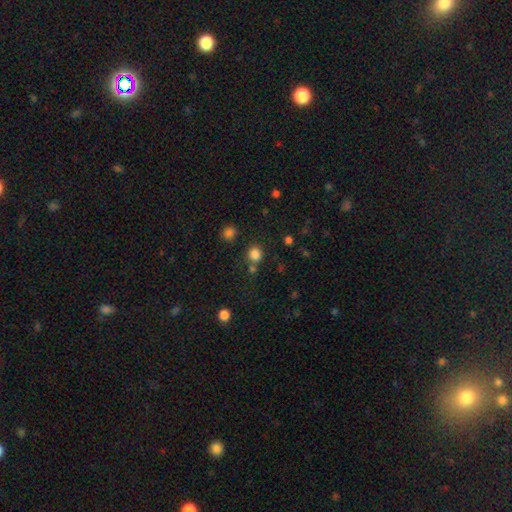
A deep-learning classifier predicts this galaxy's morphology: The model was most divided on "merging": none: 72%, merger: 14%, minor disturbance: 10%, major disturbance: 4%. More confident: smooth or featured — smooth (82%); how rounded — round (79%).